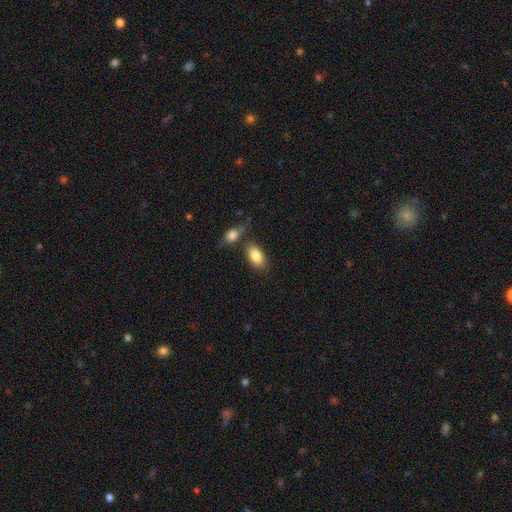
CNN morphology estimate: Smooth or featured? smooth (85%)
How rounded? in between (92%)
Merging? none (68%)